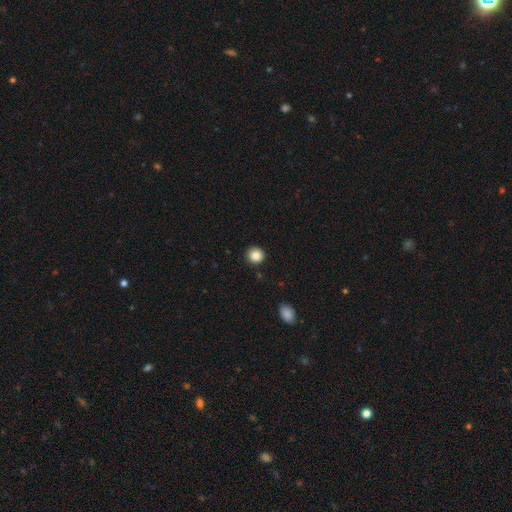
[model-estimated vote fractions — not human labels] Smooth or featured? smooth (85%)
How rounded? round (92%)
Merging? none (91%)